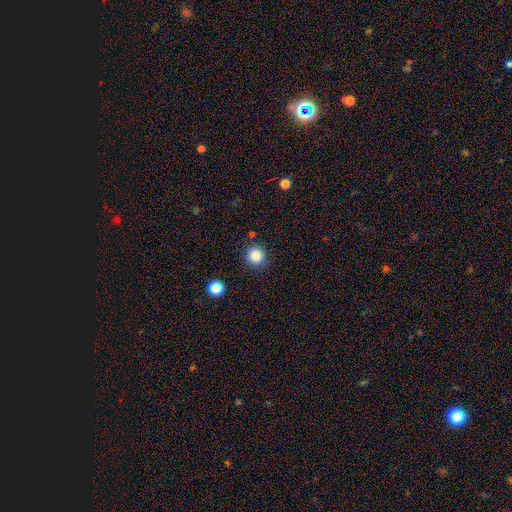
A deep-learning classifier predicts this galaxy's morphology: Q: Smooth or featured?
A: smooth (85%); runner-up: star or artifact (11%)
Q: How rounded?
A: round (94%); runner-up: in between (5%)
Q: Merging?
A: none (88%); runner-up: minor disturbance (7%)